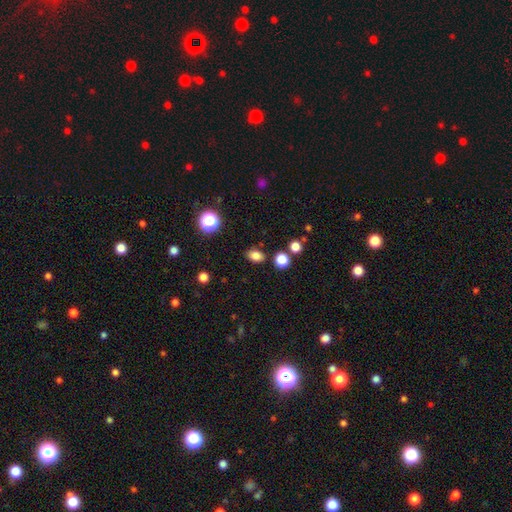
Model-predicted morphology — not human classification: A smooth galaxy with no disk features (82%) that is in between round and cigar-shaped (75%).

Vote fractions:
- Smooth or featured? smooth: 82% / star or artifact: 13% / featured or disk: 5%
- How rounded? in between: 75% / round: 23% / cigar-shaped: 1%
- Merging? none: 83% / minor disturbance: 10% / merger: 4% / major disturbance: 3%